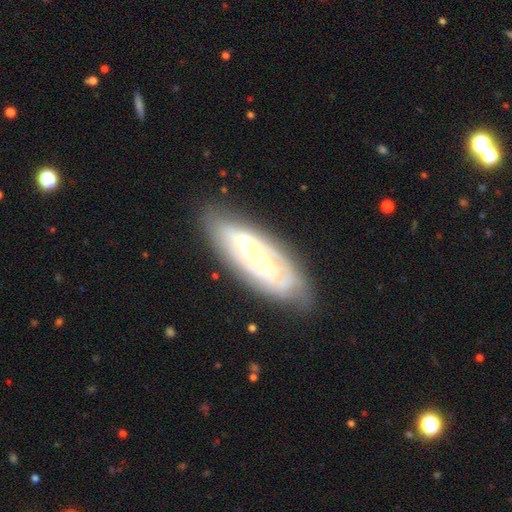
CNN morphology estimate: Smooth or featured? Predicted: featured or disk (p=0.82). Edge-on disk? Predicted: no (p=0.88). Bar? Predicted: no (p=0.43). Spiral arms? Predicted: yes (p=0.92). Spiral winding? Predicted: tight (p=0.67). Spiral arm count? Predicted: 2 (p=0.38). Bulge size? Predicted: moderate (p=0.49). Merging? Predicted: none (p=0.79).